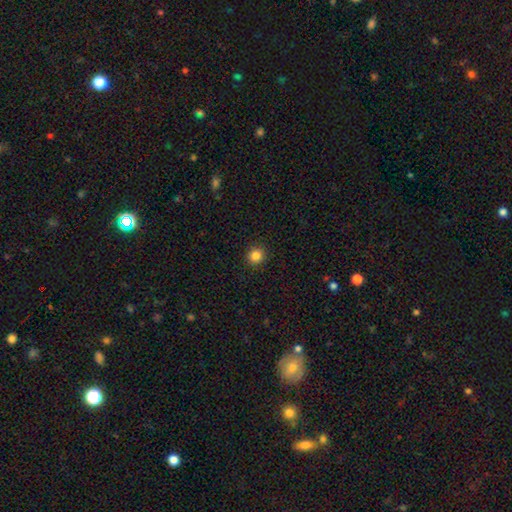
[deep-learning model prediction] Morphology: type=smooth (85%); roundness=round (88%); merging=none (92%).